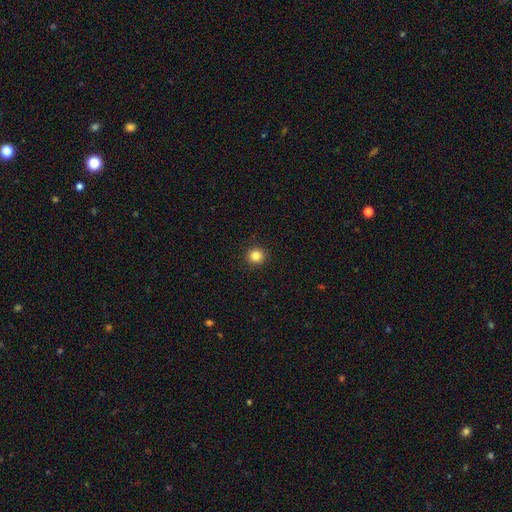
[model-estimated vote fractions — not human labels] A smooth galaxy with no disk features (84%) that is round (95%).

Vote fractions:
- Smooth or featured? smooth: 84% / star or artifact: 12% / featured or disk: 5%
- How rounded? round: 95% / in between: 4% / cigar-shaped: 1%
- Merging? none: 93% / minor disturbance: 5% / major disturbance: 2% / merger: 1%